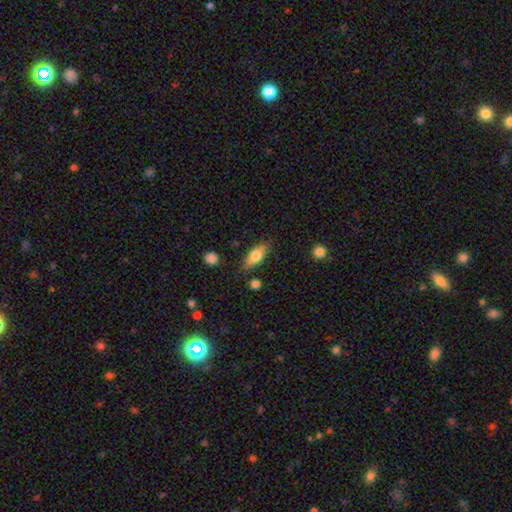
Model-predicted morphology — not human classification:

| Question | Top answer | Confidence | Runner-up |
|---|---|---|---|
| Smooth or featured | smooth | 72% | featured or disk (21%) |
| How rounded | in between | 81% | cigar-shaped (16%) |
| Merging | none | 79% | minor disturbance (15%) |